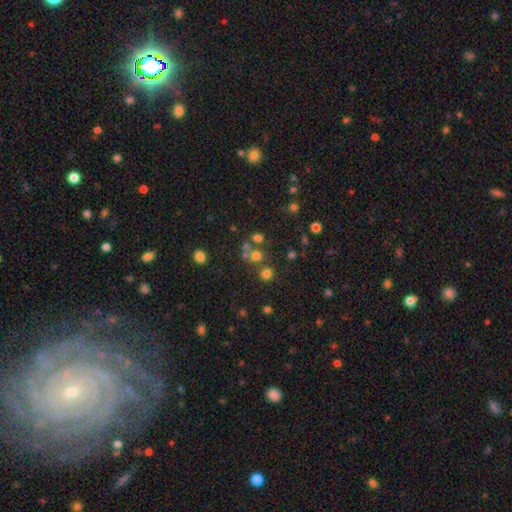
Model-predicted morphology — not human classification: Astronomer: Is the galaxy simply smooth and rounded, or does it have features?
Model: smooth — 65%.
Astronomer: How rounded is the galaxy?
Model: round — 88%.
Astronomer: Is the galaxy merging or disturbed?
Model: none — 64%.